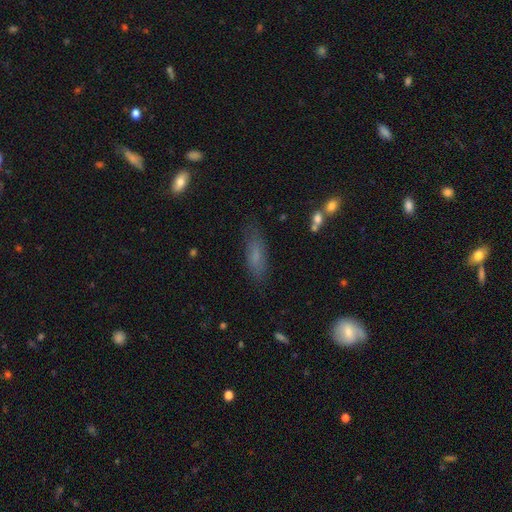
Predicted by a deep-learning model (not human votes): This appears to be a smooth galaxy with no disk features (68%) that is in between round and cigar-shaped (55%). Merging: none (75%).